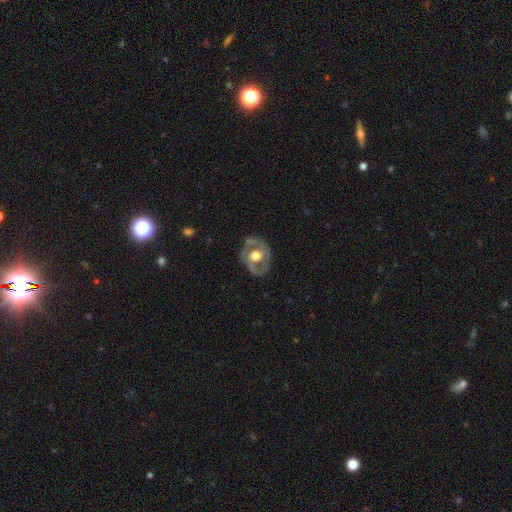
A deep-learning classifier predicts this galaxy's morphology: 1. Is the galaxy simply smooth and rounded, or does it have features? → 70% featured or disk, 25% smooth, 5% star or artifact.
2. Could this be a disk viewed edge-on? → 95% no, 5% yes.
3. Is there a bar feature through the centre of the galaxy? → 73% no, 20% weak, 6% strong.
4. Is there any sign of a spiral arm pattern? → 56% no, 44% yes.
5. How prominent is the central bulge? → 49% moderate, 44% large, 3% small, 3% dominant, 1% none.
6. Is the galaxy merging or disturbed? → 72% none, 18% minor disturbance, 8% major disturbance, 1% merger.